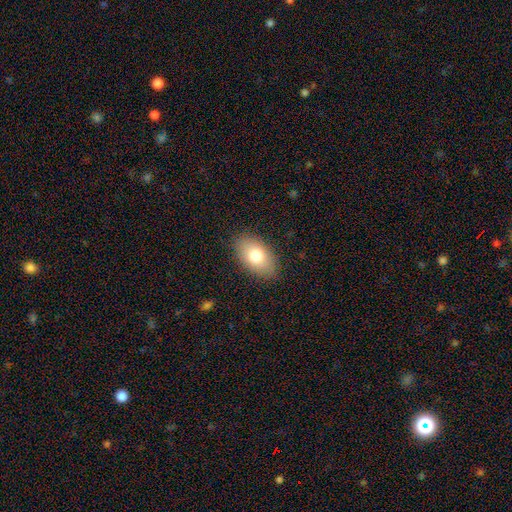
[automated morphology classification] A smooth galaxy with no disk features (75%) that is in between round and cigar-shaped (91%). Merging: none (86%).